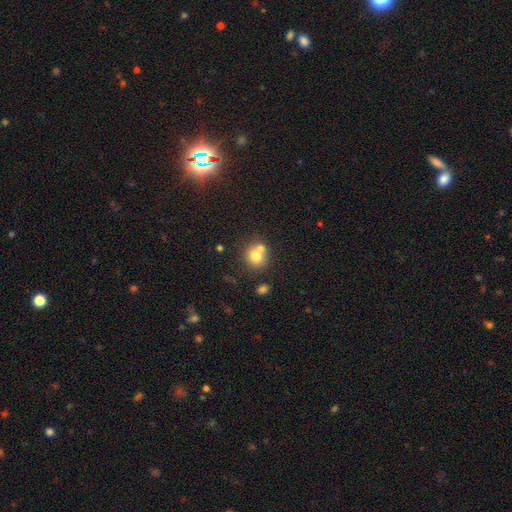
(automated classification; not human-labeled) Smooth or featured? Predicted: smooth (p=0.73). How rounded? Predicted: round (p=0.83). Merging? Predicted: none (p=0.48).